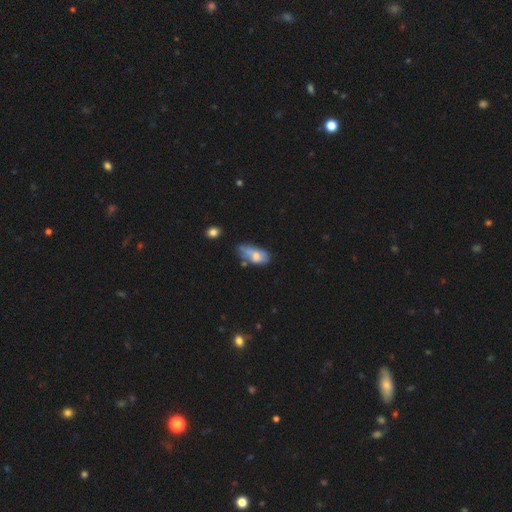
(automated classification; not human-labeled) Morphology: type=smooth (61%); roundness=in between (87%); merging=minor disturbance (32%).